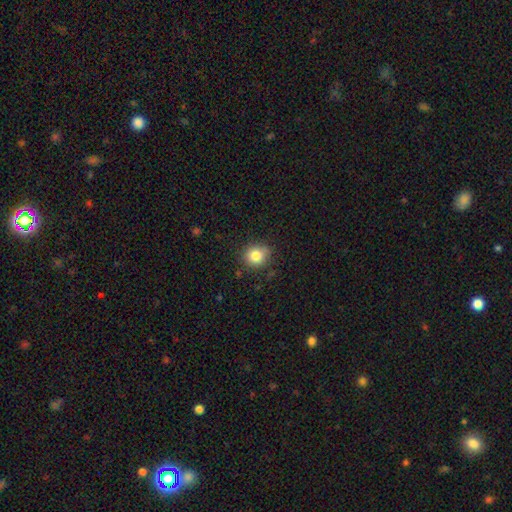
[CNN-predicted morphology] Smooth or featured? Predicted: smooth (p=0.83). How rounded? Predicted: round (p=0.83). Merging? Predicted: none (p=0.81).